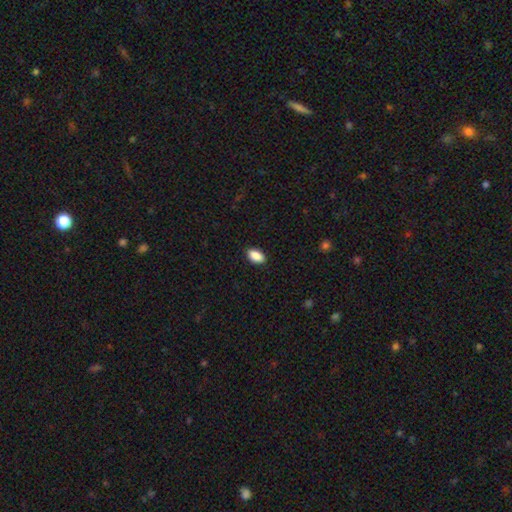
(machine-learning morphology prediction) Smooth or featured: smooth — 90% (star or artifact — 7%)
How rounded: in between — 93% (round — 5%)
Merging: none — 90% (minor disturbance — 8%)